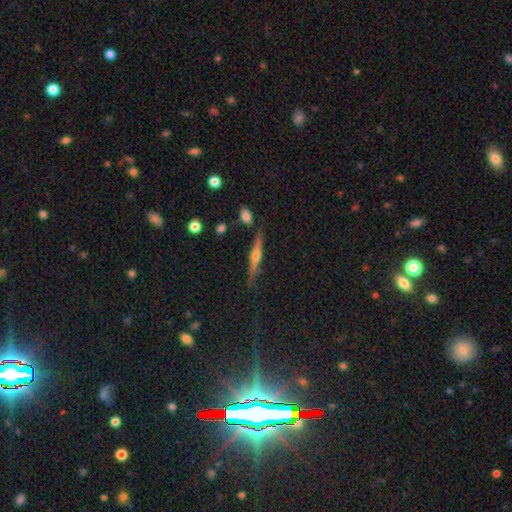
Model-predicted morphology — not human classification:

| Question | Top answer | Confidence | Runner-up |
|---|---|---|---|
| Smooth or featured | featured or disk | 71% | smooth (21%) |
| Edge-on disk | yes | 97% | no (3%) |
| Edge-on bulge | rounded | 88% | boxy (6%) |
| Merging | none | 83% | minor disturbance (11%) |